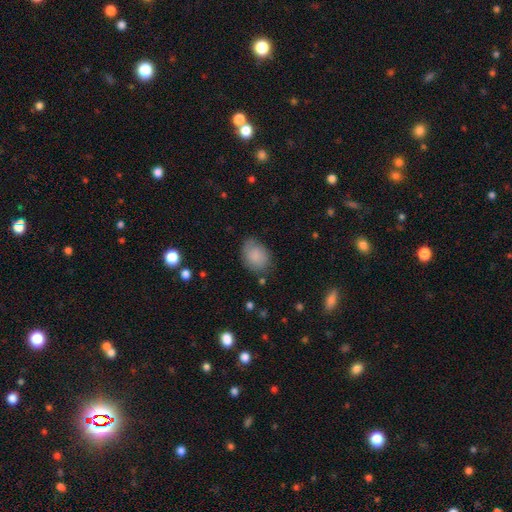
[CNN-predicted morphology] Smooth or featured? smooth (84%)
How rounded? in between (64%)
Merging? none (67%)